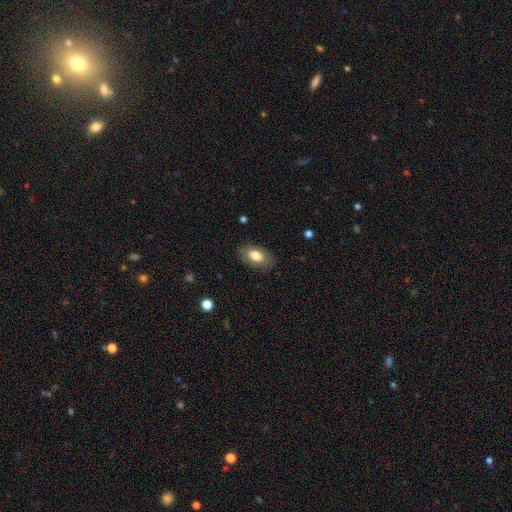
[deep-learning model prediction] Morphology: type=smooth (79%); roundness=in between (91%); merging=none (84%).